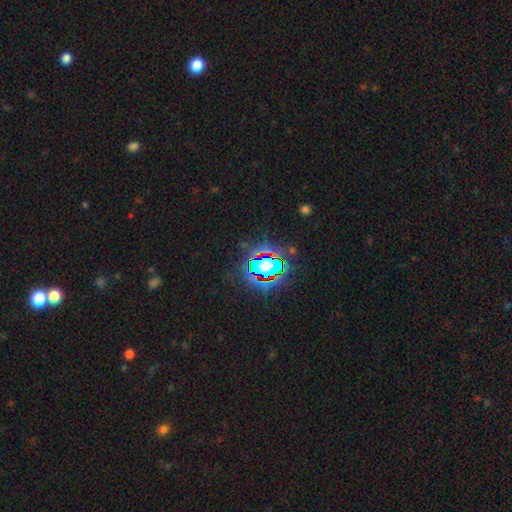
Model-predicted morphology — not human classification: smooth_or_featured: star or artifact (p=0.80) [alt: smooth p=0.12]